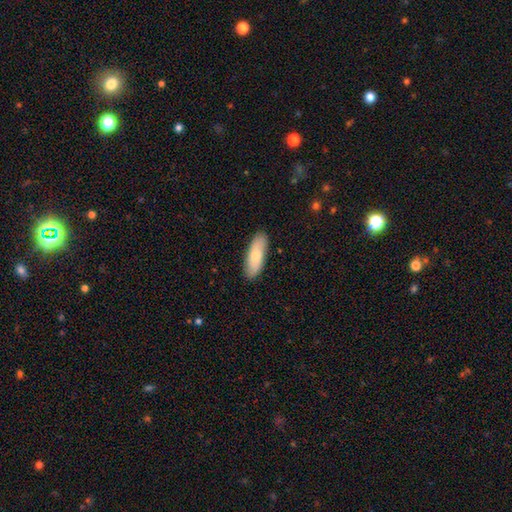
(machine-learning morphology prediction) This is likely a smooth galaxy (74%). How rounded: likely in between (64%). Merging: clearly none (88%).